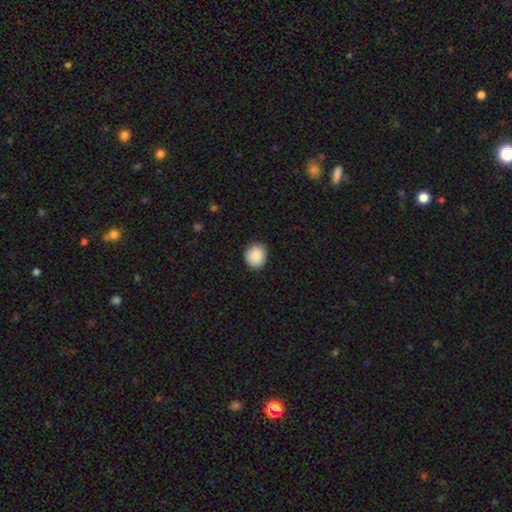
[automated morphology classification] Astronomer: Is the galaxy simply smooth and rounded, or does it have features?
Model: smooth — 88%.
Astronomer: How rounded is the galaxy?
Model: round — 77%.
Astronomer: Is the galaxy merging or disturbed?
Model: none — 86%.